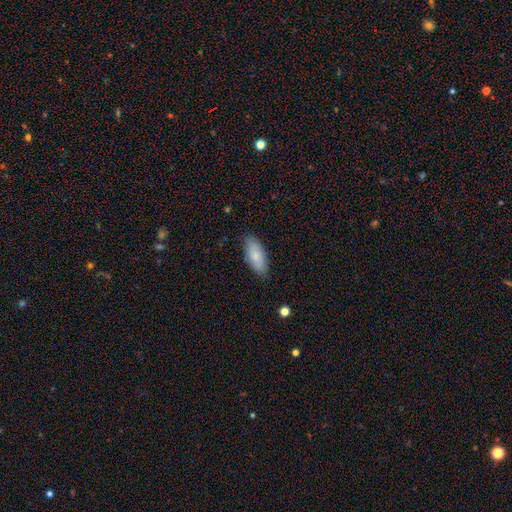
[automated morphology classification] This is clearly a smooth galaxy (83%). How rounded: clearly in between (84%). Merging: clearly none (84%).